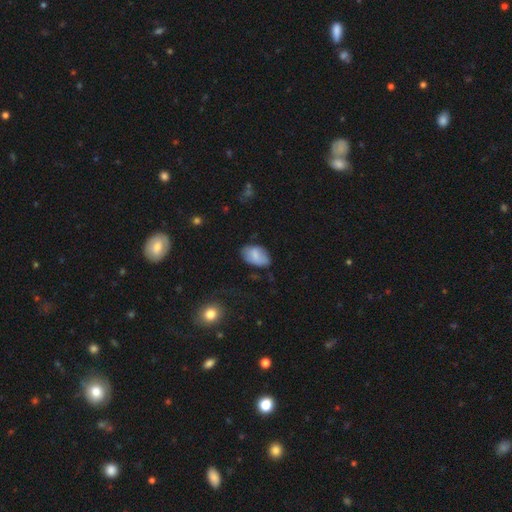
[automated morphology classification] Smooth or featured? Predicted: smooth (p=0.77). How rounded? Predicted: in between (p=0.91). Merging? Predicted: none (p=0.65).